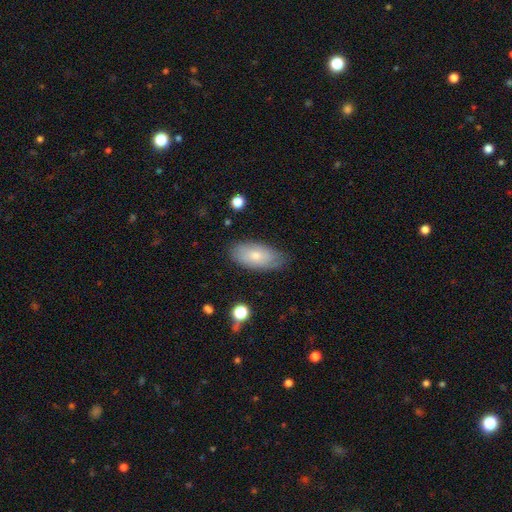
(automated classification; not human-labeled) Q: Smooth or featured?
A: smooth (72%); runner-up: featured or disk (22%)
Q: How rounded?
A: in between (92%); runner-up: cigar-shaped (6%)
Q: Merging?
A: none (77%); runner-up: minor disturbance (18%)